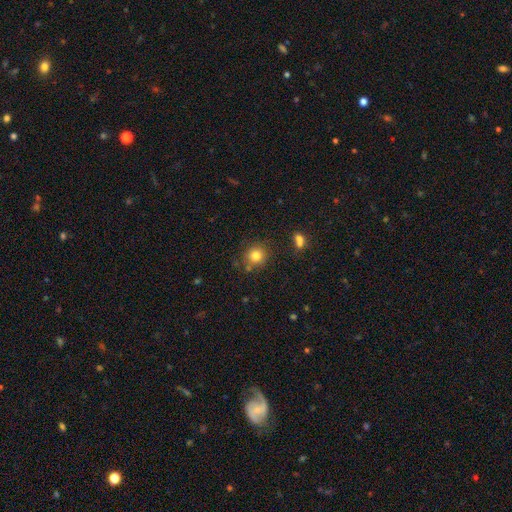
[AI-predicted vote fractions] This appears to be a smooth galaxy with no disk features (81%) that is round (89%). Merging: none (78%).